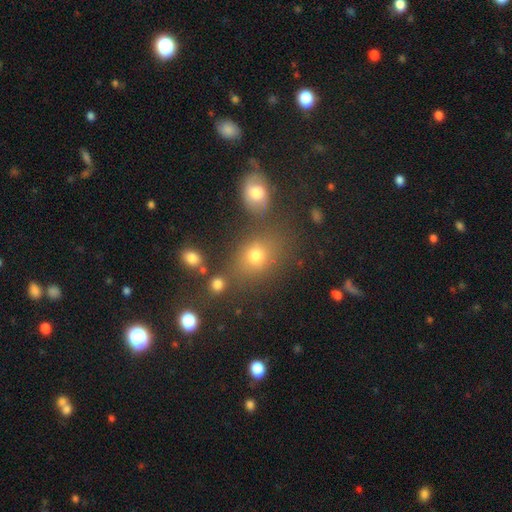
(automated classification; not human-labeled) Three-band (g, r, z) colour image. It shows a smooth galaxy with no disk features (68%) that is in between round and cigar-shaped (49%, tied with round). Merging: none (68%).